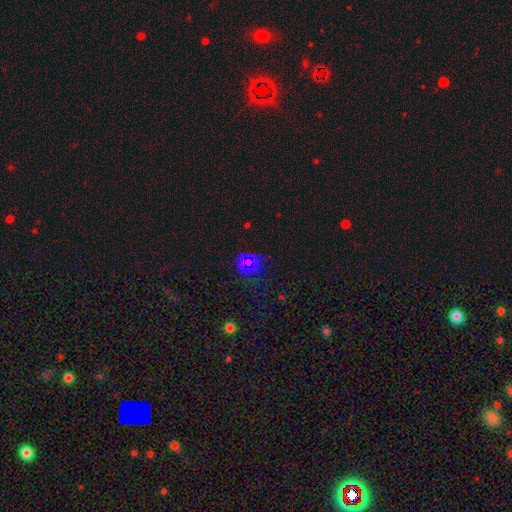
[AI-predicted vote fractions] star or artifact 43%, smooth 34%, featured or disk 23%.